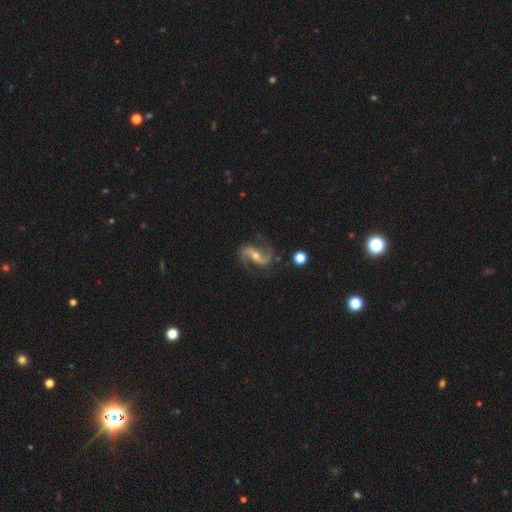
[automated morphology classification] Smooth or featured?
  - featured or disk: 91% *
  - star or artifact: 5%
  - smooth: 4%
Edge-on disk?
  - no: 97% *
  - yes: 3%
Bar?
  - strong: 39% *
  - weak: 36%
  - no: 26%
Spiral arms?
  - yes: 98% *
  - no: 2%
Spiral winding?
  - loose: 48% *
  - medium: 42%
  - tight: 10%
Spiral arm count?
  - 2: 94% *
  - can't tell: 2%
  - 1: 2%
  - 3: 1%
  - 4: 1%
  - more than 4: 1%
Bulge size?
  - moderate: 53% *
  - small: 42%
  - large: 2%
  - none: 2%
  - dominant: 1%
Merging?
  - none: 79% *
  - minor disturbance: 14%
  - major disturbance: 6%
  - merger: 2%